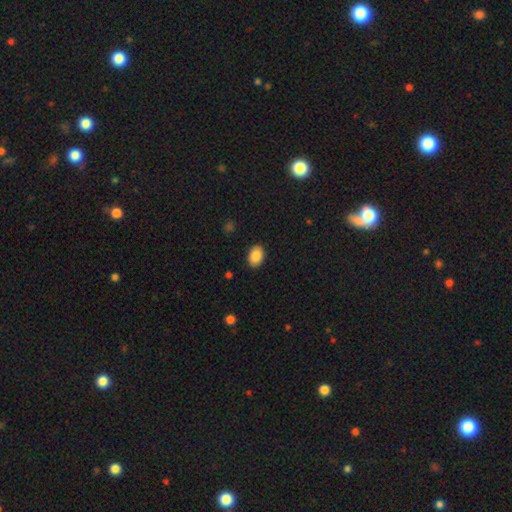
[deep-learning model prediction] The model was most divided on "how rounded": in between: 84%, round: 15%, cigar-shaped: 1%. More confident: merging — none (88%); smooth or featured — smooth (88%).